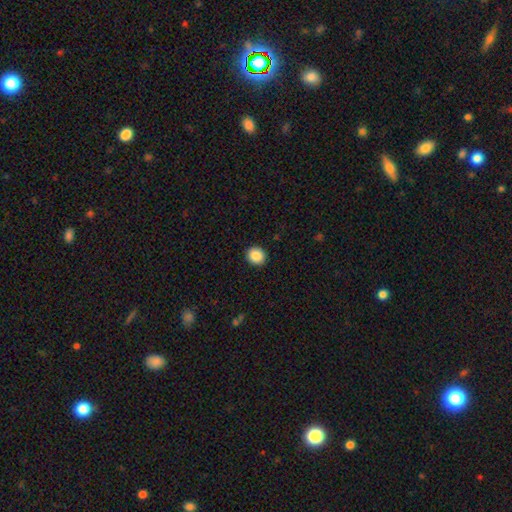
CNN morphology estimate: A smooth galaxy with no disk features (88%) that is round (80%).

Vote fractions:
- Smooth or featured? smooth: 88% / star or artifact: 9% / featured or disk: 3%
- How rounded? round: 80% / in between: 19% / cigar-shaped: 1%
- Merging? none: 92% / minor disturbance: 5% / major disturbance: 2% / merger: 1%